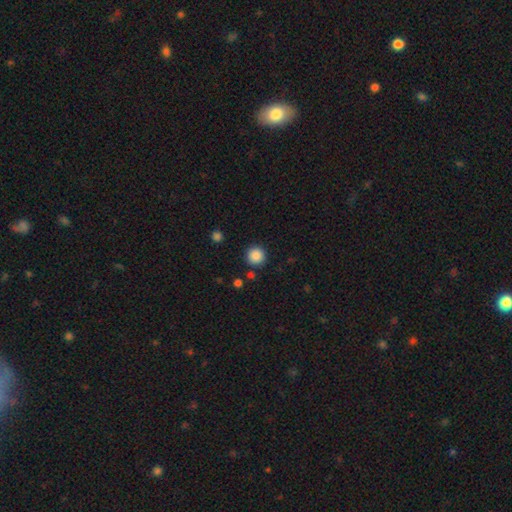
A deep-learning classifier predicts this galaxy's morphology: This is clearly a smooth galaxy (87%). How rounded: clearly round (95%). Merging: clearly none (89%).